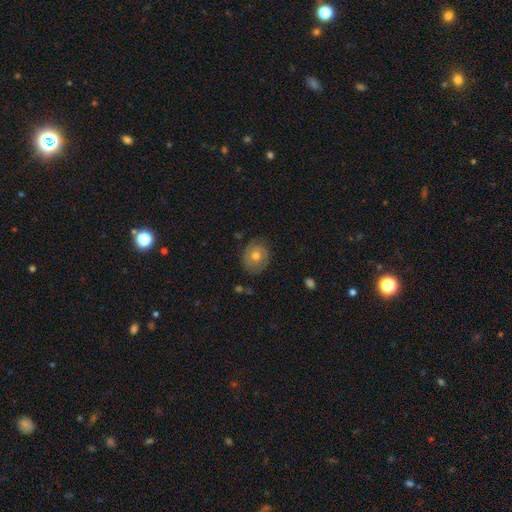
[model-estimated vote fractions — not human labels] A smooth galaxy with no disk features (51%) that is round (73%). Merging: none (79%).